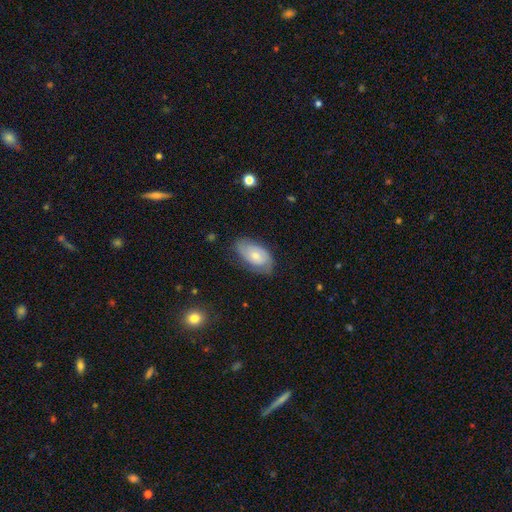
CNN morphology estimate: Smooth or featured? featured or disk (49%)
Merging? none (68%)